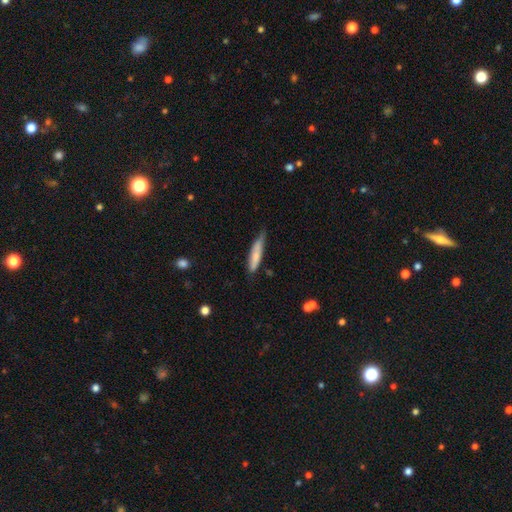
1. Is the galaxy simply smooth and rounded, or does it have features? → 65% smooth, 32% featured or disk, 3% star or artifact.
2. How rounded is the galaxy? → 75% cigar-shaped, 21% in between, 4% round.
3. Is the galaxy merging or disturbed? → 44% none (tied), 44% minor disturbance (tied), 11% major disturbance, 0% merger.